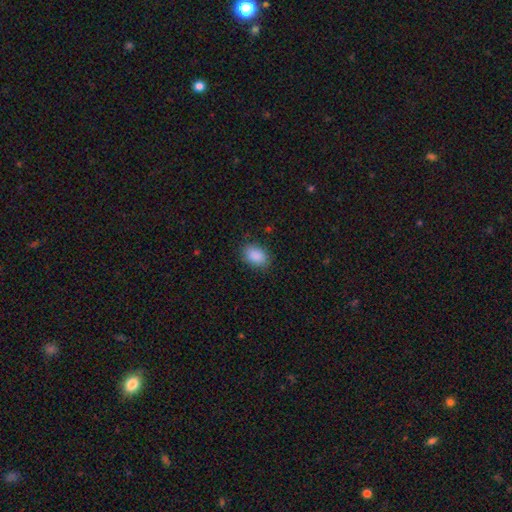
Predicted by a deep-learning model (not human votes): Smooth or featured? smooth (89%)
How rounded? in between (81%)
Merging? none (84%)